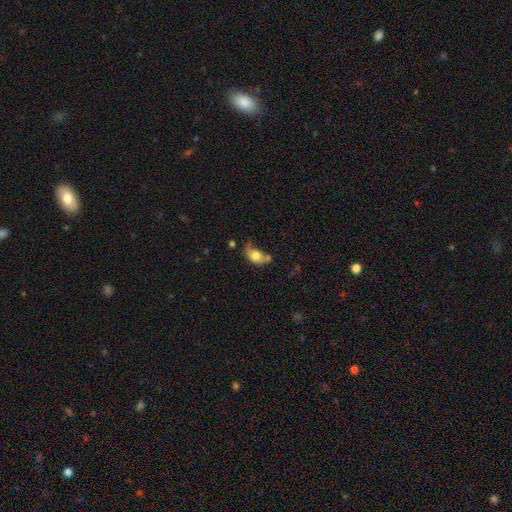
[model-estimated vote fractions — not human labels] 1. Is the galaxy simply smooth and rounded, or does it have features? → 74% smooth, 18% featured or disk, 9% star or artifact.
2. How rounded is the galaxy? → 79% in between, 19% round, 3% cigar-shaped.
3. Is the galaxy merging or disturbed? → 33% none, 30% minor disturbance, 21% merger, 17% major disturbance.